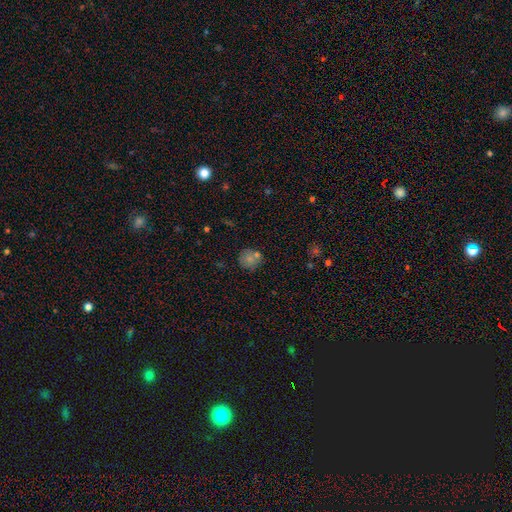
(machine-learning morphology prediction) A smooth galaxy with no disk features (64%) that is round (89%). Merging: none (74%).